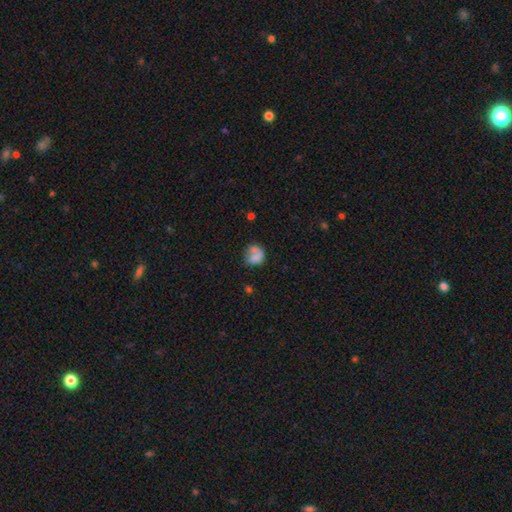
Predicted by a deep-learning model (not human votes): A smooth galaxy with no disk features (68%) that is round (66%). Merging: none (45%).